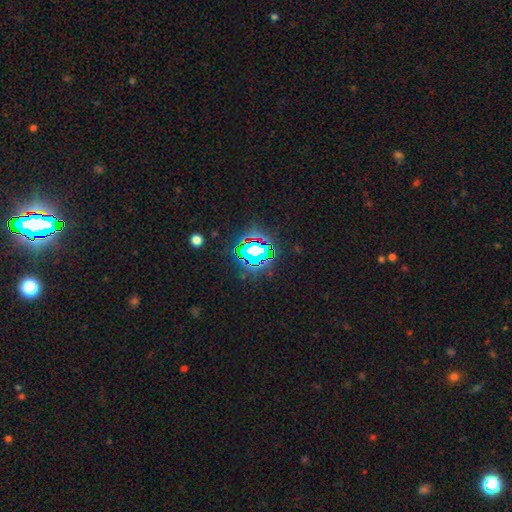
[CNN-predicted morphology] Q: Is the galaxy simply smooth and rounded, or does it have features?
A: star or artifact — 72%.